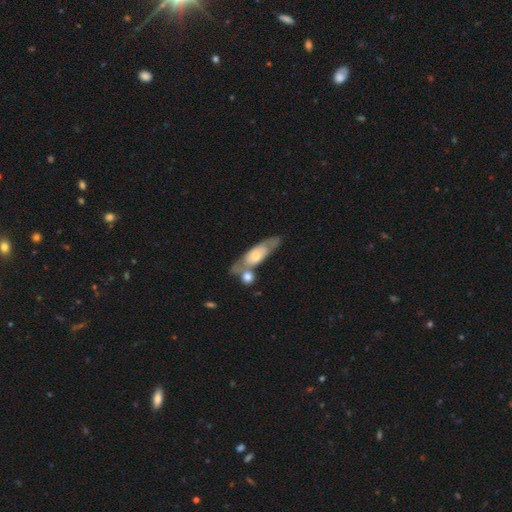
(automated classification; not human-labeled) smooth-or-featured: featured or disk: 51% | smooth: 44% | star or artifact: 6%
  disk-edge-on: no: 63% | yes: 37%
  merging: merger: 41% | none: 37% | minor disturbance: 15% | major disturbance: 7%